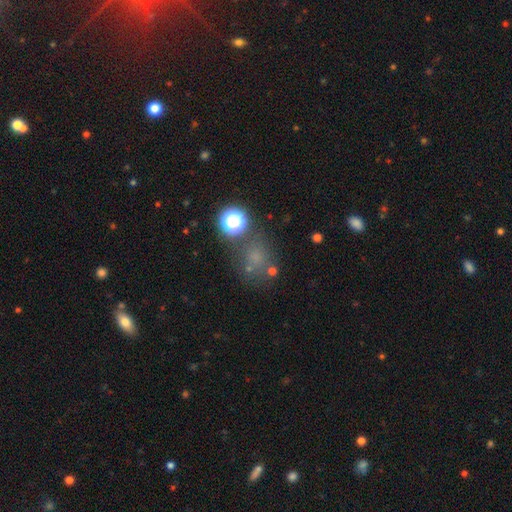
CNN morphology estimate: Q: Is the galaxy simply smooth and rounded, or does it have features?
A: smooth — 57%.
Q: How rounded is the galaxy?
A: round — 82%.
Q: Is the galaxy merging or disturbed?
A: none — 66%.